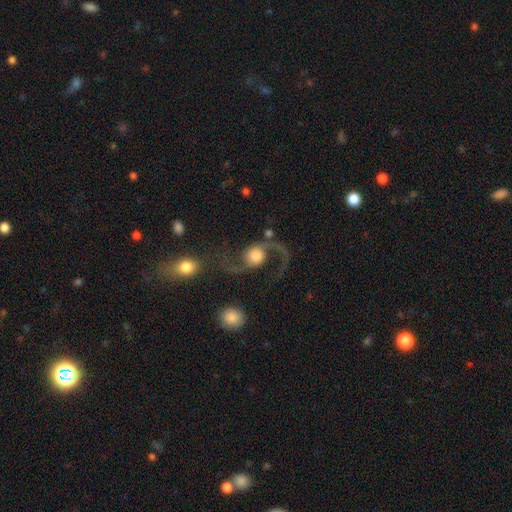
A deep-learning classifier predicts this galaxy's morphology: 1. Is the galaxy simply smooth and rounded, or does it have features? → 85% featured or disk, 9% smooth, 6% star or artifact.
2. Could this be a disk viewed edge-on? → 97% no, 3% yes.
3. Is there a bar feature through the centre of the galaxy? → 68% no, 24% weak, 8% strong.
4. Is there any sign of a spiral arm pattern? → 96% yes, 4% no.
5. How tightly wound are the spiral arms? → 81% loose, 16% medium, 3% tight.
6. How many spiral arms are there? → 93% 2, 3% 1, 1% can't tell, 1% 3, 1% 4, 1% more than 4.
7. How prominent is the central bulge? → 46% large, 24% moderate, 18% dominant, 9% small, 4% none.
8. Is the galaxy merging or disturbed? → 65% none, 15% major disturbance, 14% minor disturbance, 6% merger.